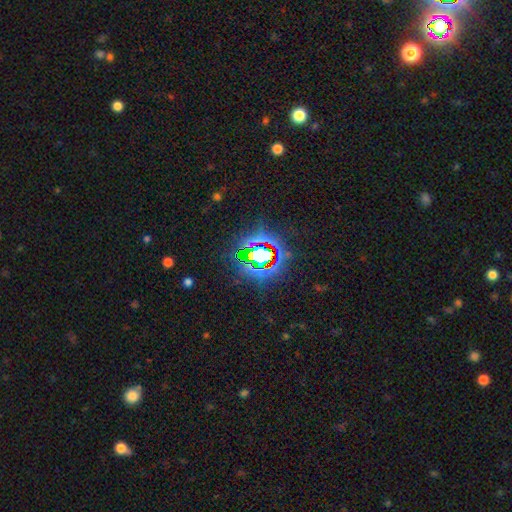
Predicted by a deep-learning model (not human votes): smooth-or-featured: star or artifact: 74% | smooth: 15% | featured or disk: 11%